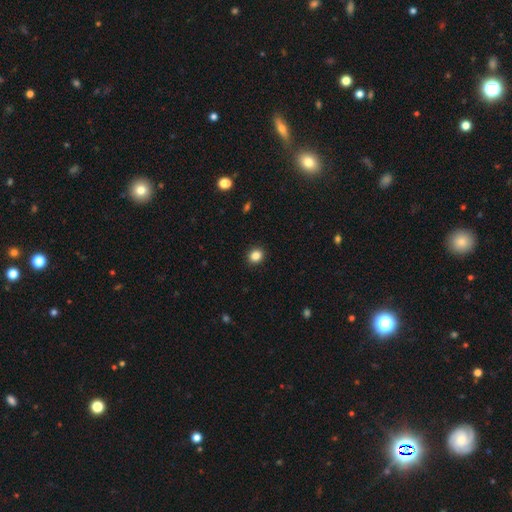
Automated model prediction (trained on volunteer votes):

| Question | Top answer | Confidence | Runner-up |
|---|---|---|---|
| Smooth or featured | smooth | 85% | star or artifact (11%) |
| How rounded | round | 77% | in between (22%) |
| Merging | none | 92% | minor disturbance (6%) |